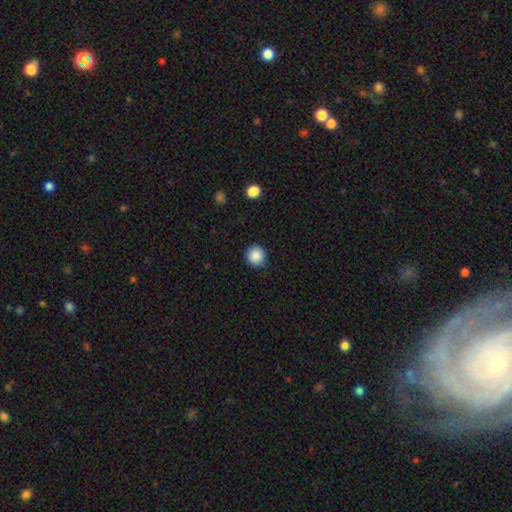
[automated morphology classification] smooth-or-featured: smooth: 88% | star or artifact: 9% | featured or disk: 3%
  how-rounded: round: 93% | in between: 6% | cigar-shaped: 1%
  merging: none: 86% | minor disturbance: 10% | major disturbance: 2% | merger: 1%